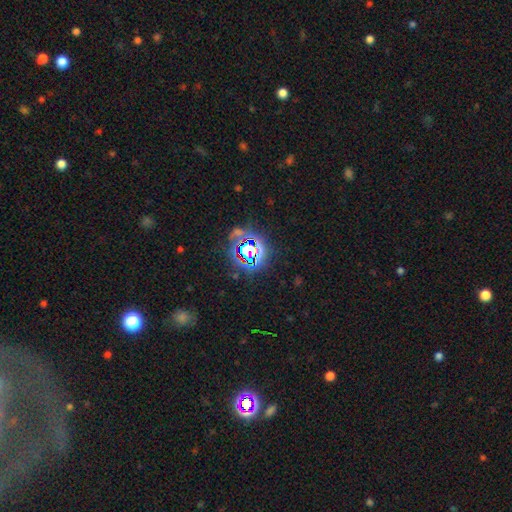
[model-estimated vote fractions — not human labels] This is likely a star or artifact rather than a galaxy (77%).